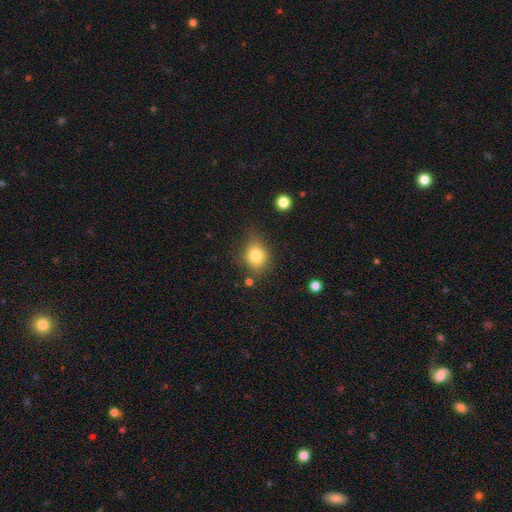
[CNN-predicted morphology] This appears to be a smooth galaxy with no disk features (80%) that is round (57%). Merging: none (69%).